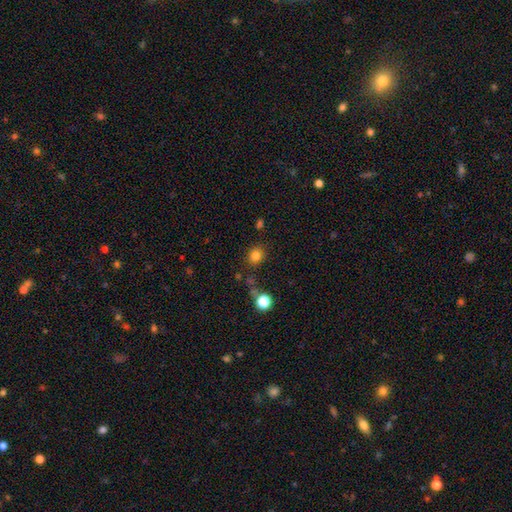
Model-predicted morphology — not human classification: smooth 81%, star or artifact 14%, featured or disk 5%. Down the decision tree: how rounded — round (76%); merging — none (81%).